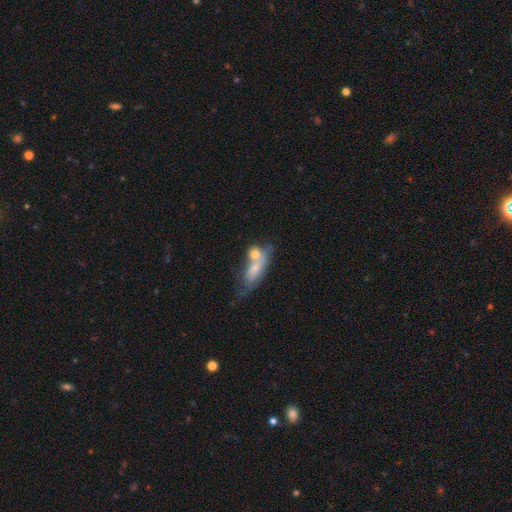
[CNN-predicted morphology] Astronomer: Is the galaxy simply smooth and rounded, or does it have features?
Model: smooth — 57% (runner-up: featured or disk, 34%).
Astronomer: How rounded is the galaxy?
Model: in between — 65%.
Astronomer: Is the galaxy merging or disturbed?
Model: merger — 45% (runner-up: none, 27%).